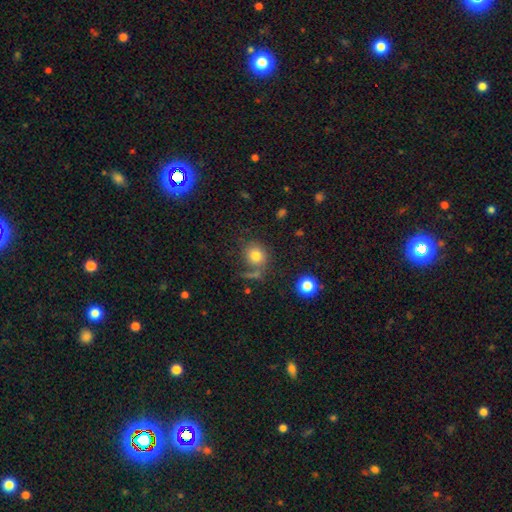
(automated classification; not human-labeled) Smooth or featured? Predicted: smooth (p=0.78). How rounded? Predicted: round (p=0.82). Merging? Predicted: none (p=0.64).